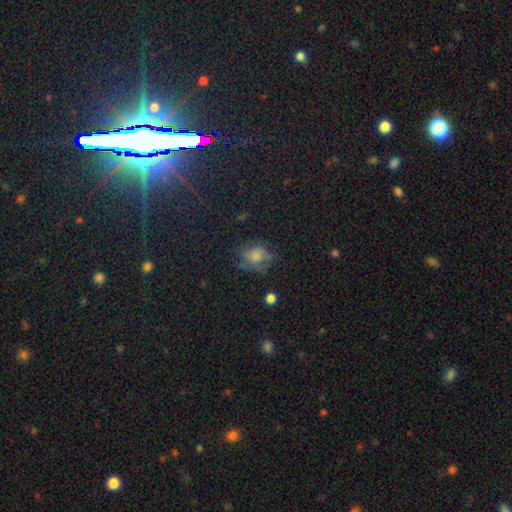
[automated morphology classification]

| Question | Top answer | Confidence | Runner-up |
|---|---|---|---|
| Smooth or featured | smooth | 42% | star or artifact (30%) |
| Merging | none | 64% | minor disturbance (22%) |